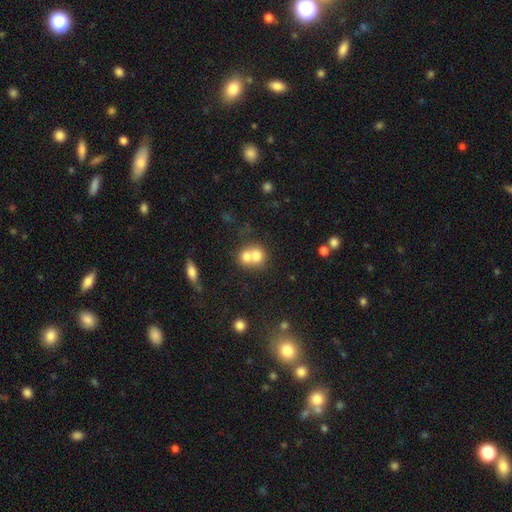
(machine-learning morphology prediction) smooth_or_featured: smooth (p=0.69) [alt: featured or disk p=0.20]
how_rounded: round (p=0.71) [alt: in between p=0.28]
merging: merger (p=0.67) [alt: none p=0.25]